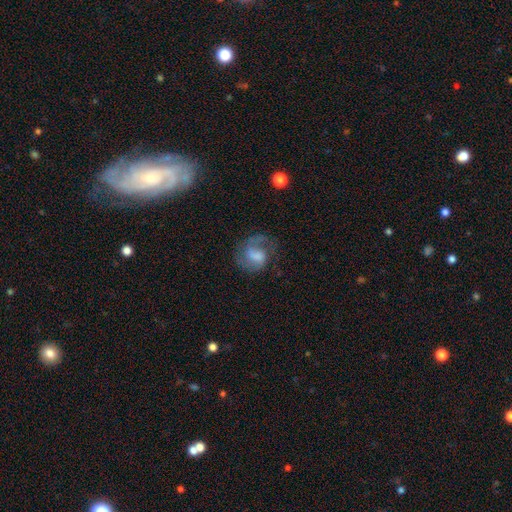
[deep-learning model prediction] The model was most divided on "bulge size": none: 30%, moderate: 27%, large: 22%, small: 18%, dominant: 3%. Remaining: edge-on disk — no (98%); spiral arms — yes (89%); smooth or featured — featured or disk (65%); merging — none (55%); spiral arm count — 2 (55%); bar — weak (48%); spiral winding — medium (48%).